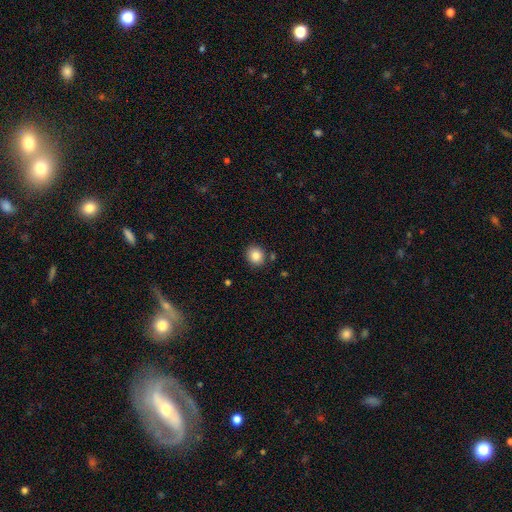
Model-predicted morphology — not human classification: A smooth galaxy with no disk features (85%) that is round (80%). Merging: none (86%).